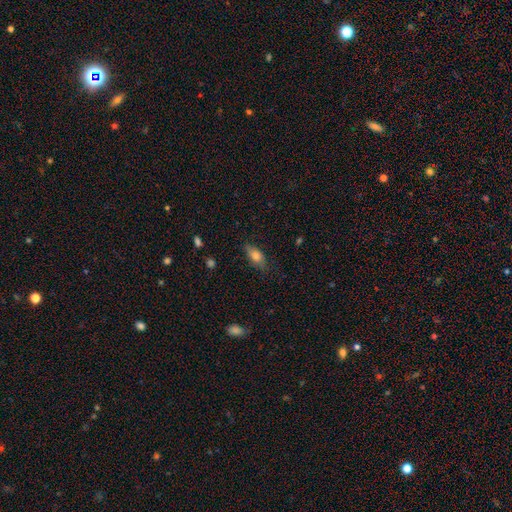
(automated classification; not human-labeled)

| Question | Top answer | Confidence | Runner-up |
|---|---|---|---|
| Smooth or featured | smooth | 75% | featured or disk (17%) |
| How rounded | in between | 80% | cigar-shaped (15%) |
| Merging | none | 74% | minor disturbance (20%) |